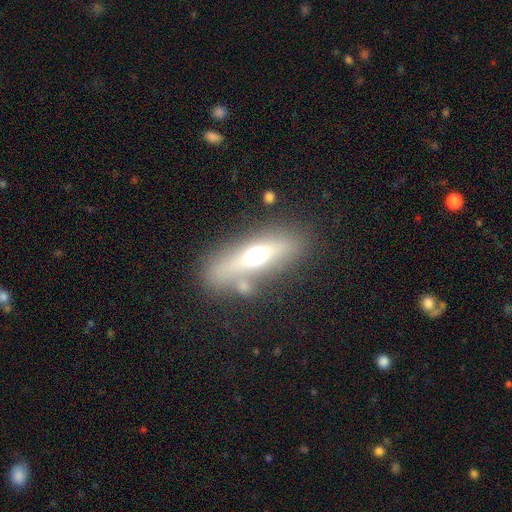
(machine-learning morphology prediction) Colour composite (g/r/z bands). It shows a featured or disk galaxy (46%). Merging: none (75%).